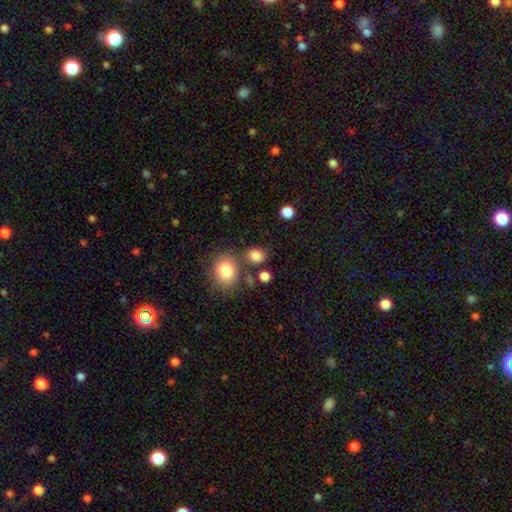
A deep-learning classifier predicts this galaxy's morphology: type=smooth (83%); roundness=round (58%); merging=none (66%).